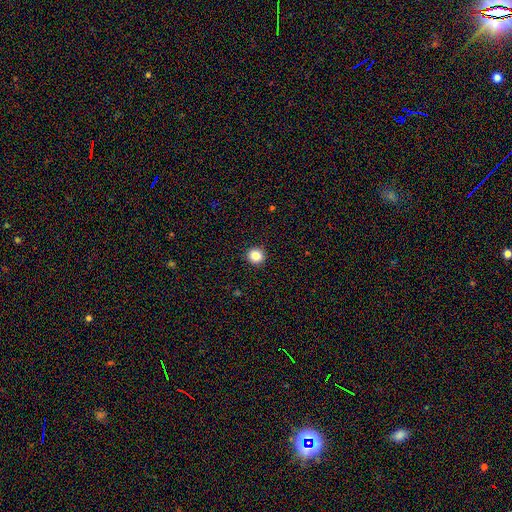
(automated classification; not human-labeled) smooth 85%, star or artifact 11%, featured or disk 4%. Down the decision tree: how rounded — round (91%); merging — none (93%).